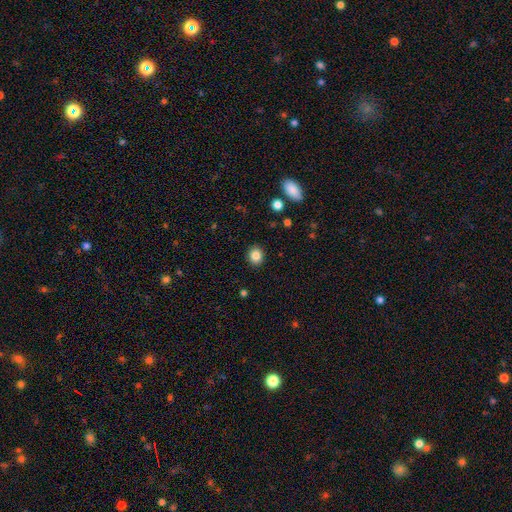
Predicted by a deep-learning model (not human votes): smooth_or_featured: smooth (p=0.84) [alt: star or artifact p=0.10]
how_rounded: round (p=0.71) [alt: in between p=0.28]
merging: none (p=0.90) [alt: minor disturbance p=0.07]